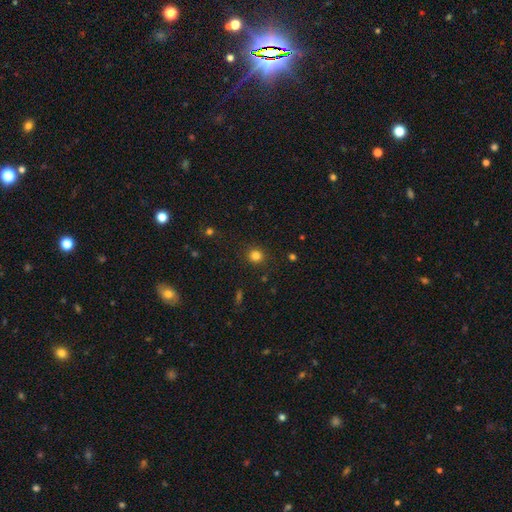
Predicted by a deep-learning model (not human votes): Smooth or featured? smooth (82%)
How rounded? round (89%)
Merging? none (89%)